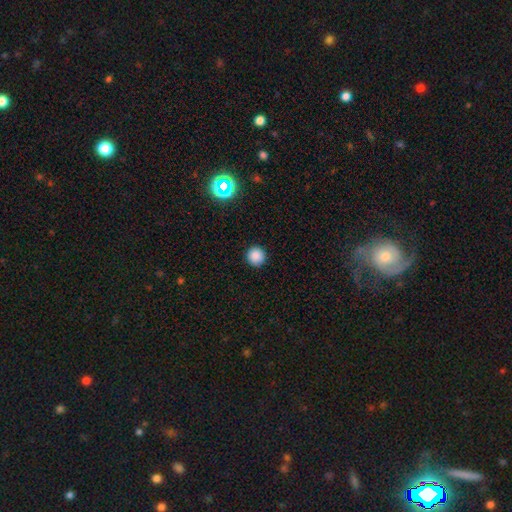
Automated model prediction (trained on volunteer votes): Morphology: type=smooth (85%); roundness=round (96%); merging=none (92%).